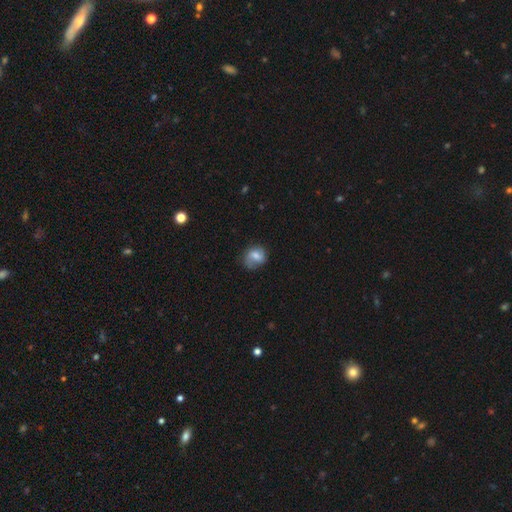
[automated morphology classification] smooth-or-featured: smooth: 56% | featured or disk: 36% | star or artifact: 9%
  how-rounded: round: 63% | in between: 36% | cigar-shaped: 1%
  merging: none: 55% | minor disturbance: 29% | major disturbance: 14% | merger: 2%